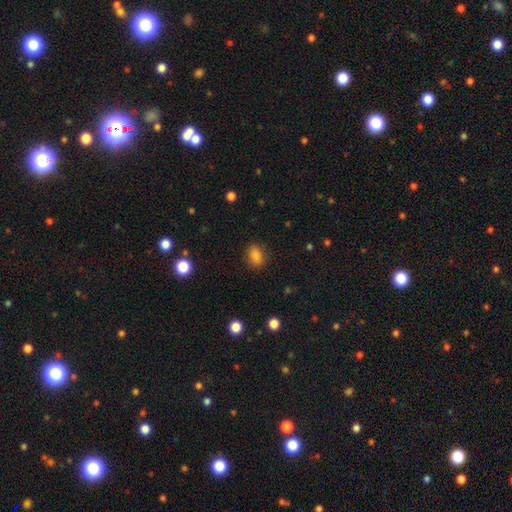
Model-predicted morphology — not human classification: Q: Smooth or featured?
A: smooth (84%); runner-up: star or artifact (10%)
Q: How rounded?
A: in between (70%); runner-up: round (28%)
Q: Merging?
A: none (86%); runner-up: minor disturbance (10%)